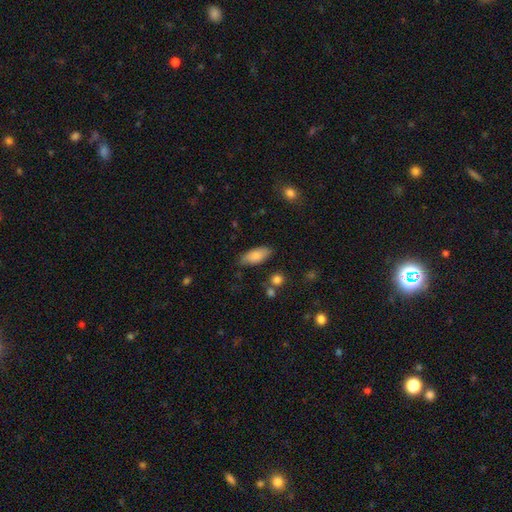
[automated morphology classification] Overall: smooth (84%). How rounded: in between (85%). Merging: none (77%).